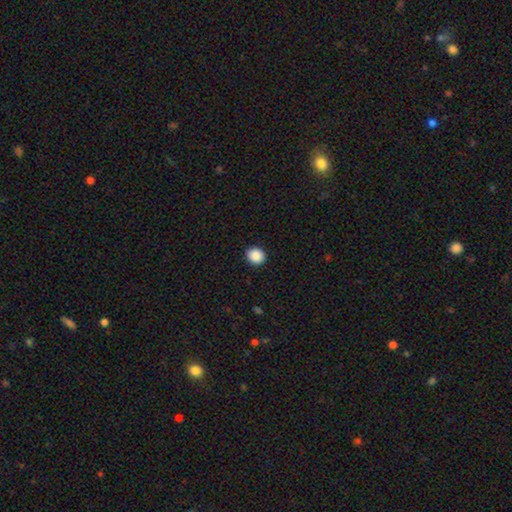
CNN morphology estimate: This appears to be a smooth galaxy with no disk features (89%) that is round (74%). Merging: none (91%).